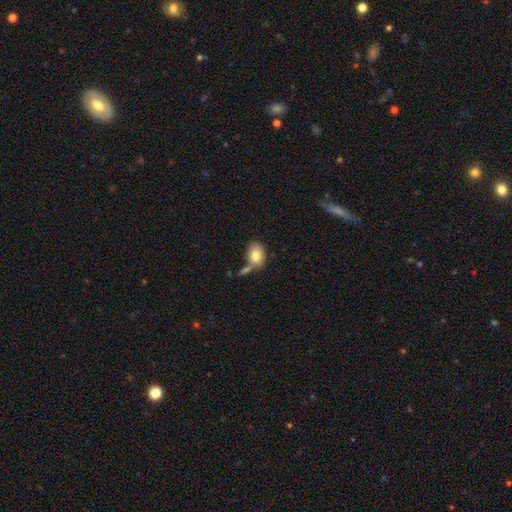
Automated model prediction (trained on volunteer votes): Smooth or featured? Predicted: smooth (p=0.79). How rounded? Predicted: in between (p=0.81). Merging? Predicted: none (p=0.53).